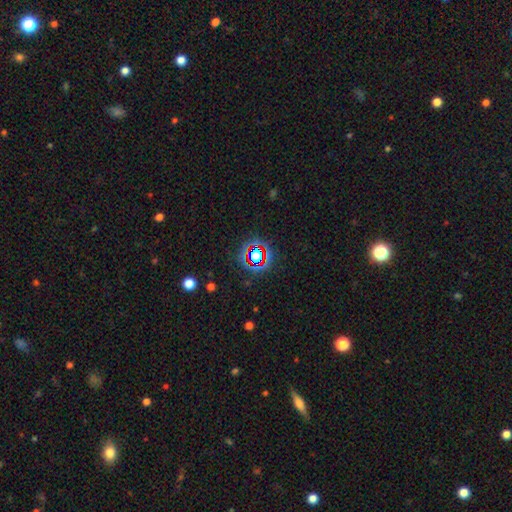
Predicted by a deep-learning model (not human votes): This appears to be a star or artifact, not a galaxy (66%).